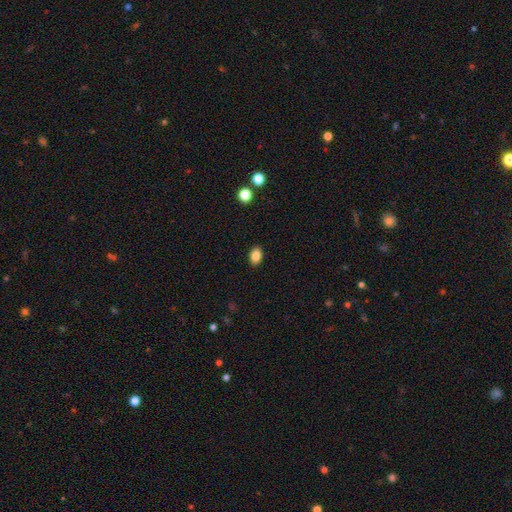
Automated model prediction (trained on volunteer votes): Smooth or featured? Predicted: smooth (p=0.84). How rounded? Predicted: in between (p=0.80). Merging? Predicted: none (p=0.90).